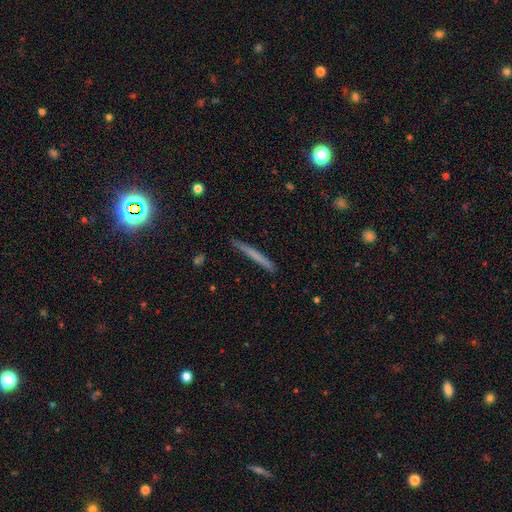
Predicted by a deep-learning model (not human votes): Smooth or featured? smooth (60%)
How rounded? cigar-shaped (97%)
Merging? none (89%)